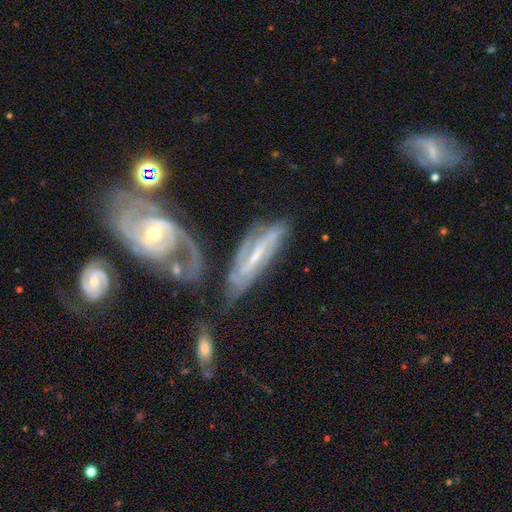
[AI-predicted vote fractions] Smooth or featured?
  - featured or disk: 81% *
  - smooth: 12%
  - star or artifact: 7%
Edge-on disk?
  - no: 84% *
  - yes: 16%
Bar?
  - strong: 45% *
  - weak: 37%
  - no: 18%
Spiral arms?
  - yes: 91% *
  - no: 9%
Spiral winding?
  - tight: 43% *
  - medium: 40%
  - loose: 17%
Spiral arm count?
  - 2: 53% *
  - can't tell: 25%
  - 3: 11%
  - 1: 5%
  - 4: 3%
  - more than 4: 3%
Bulge size?
  - small: 60% *
  - moderate: 29%
  - none: 7%
  - large: 2%
  - dominant: 1%
Merging?
  - none: 45% *
  - minor disturbance: 21%
  - merger: 18%
  - major disturbance: 16%